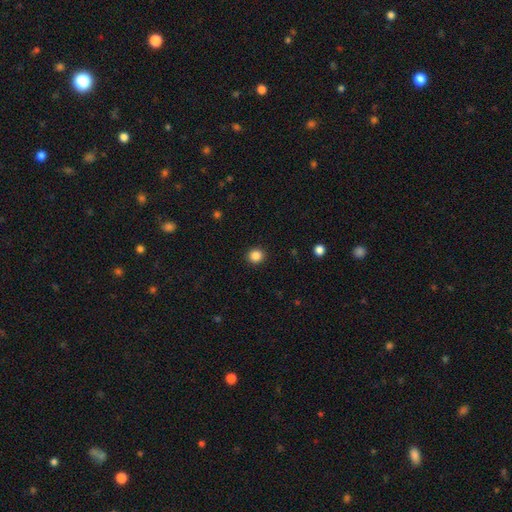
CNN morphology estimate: This appears to be a smooth galaxy with no disk features (86%) that is round (88%). Merging: none (92%).